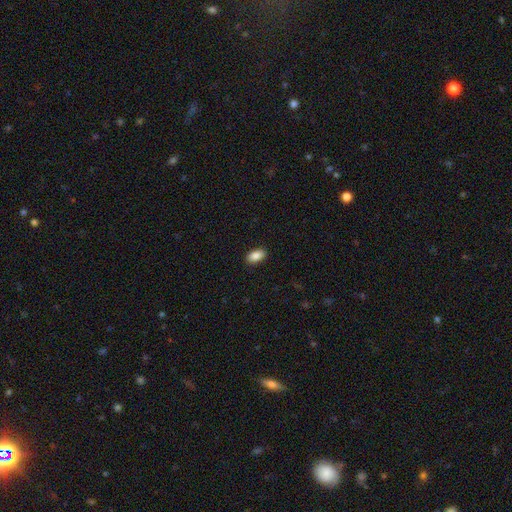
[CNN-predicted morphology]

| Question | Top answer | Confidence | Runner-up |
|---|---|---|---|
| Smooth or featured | smooth | 89% | star or artifact (7%) |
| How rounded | in between | 93% | round (4%) |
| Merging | none | 90% | minor disturbance (8%) |